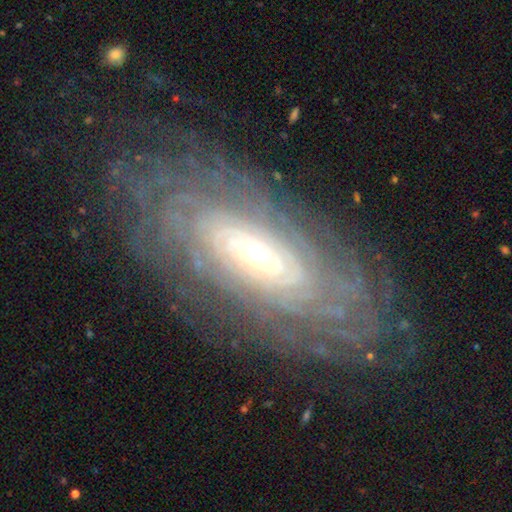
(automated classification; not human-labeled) Morphology: type=featured or disk (87%); edge-on=no (91%); bar=no (61%); spiral arms=yes (95%); winding=tight (84%); arm count=can't tell (39%); bulge=moderate (54%); merging=none (77%).